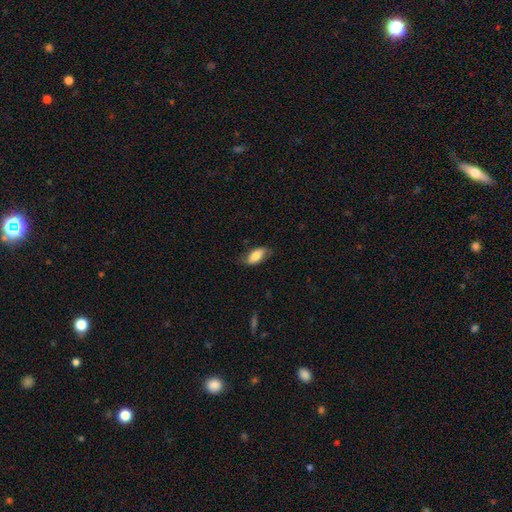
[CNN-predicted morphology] Smooth or featured: smooth — 77% (featured or disk — 17%)
How rounded: in between — 89% (cigar-shaped — 8%)
Merging: none — 68% (minor disturbance — 25%)